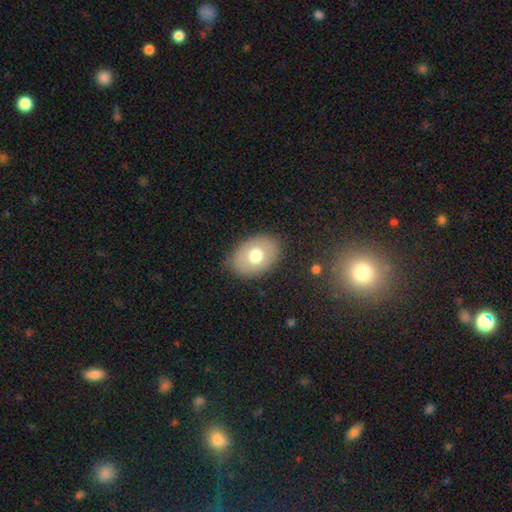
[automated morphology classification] type=smooth (68%); roundness=in between (77%); merging=none (83%).